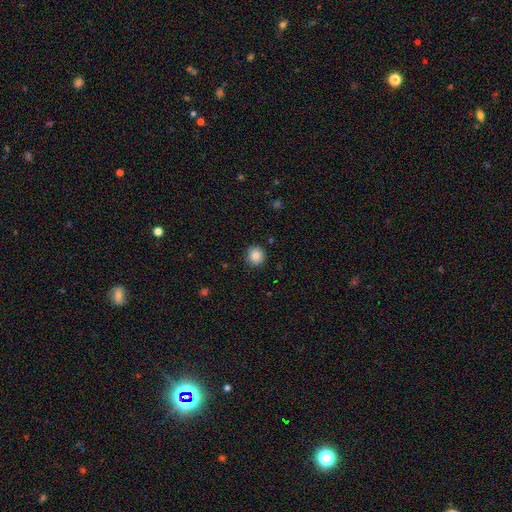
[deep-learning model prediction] A smooth galaxy with no disk features (86%) that is round (94%). Merging: none (91%).